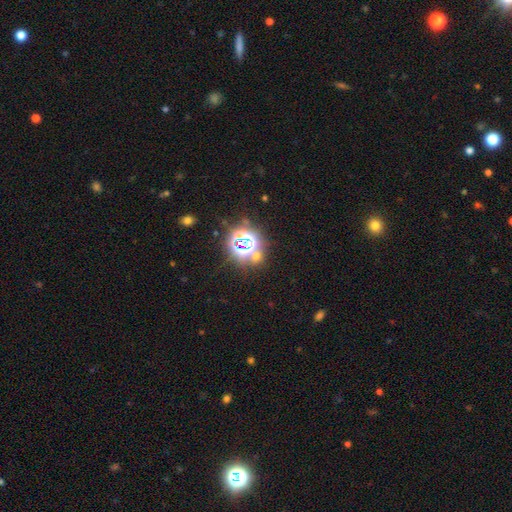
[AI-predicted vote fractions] smooth_or_featured: star or artifact (p=0.69) [alt: smooth p=0.23]